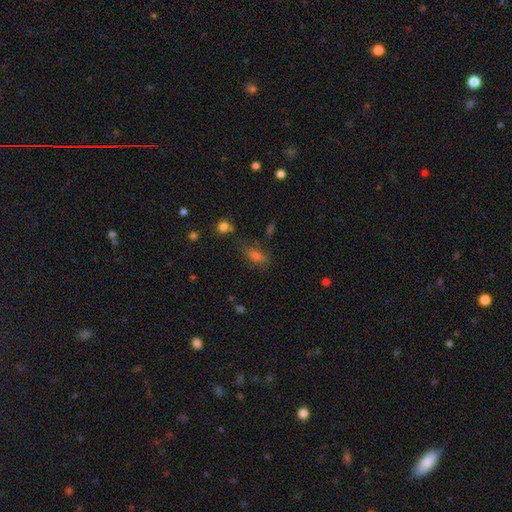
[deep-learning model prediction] Morphology: type=smooth (57%); roundness=in between (75%); merging=none (72%).